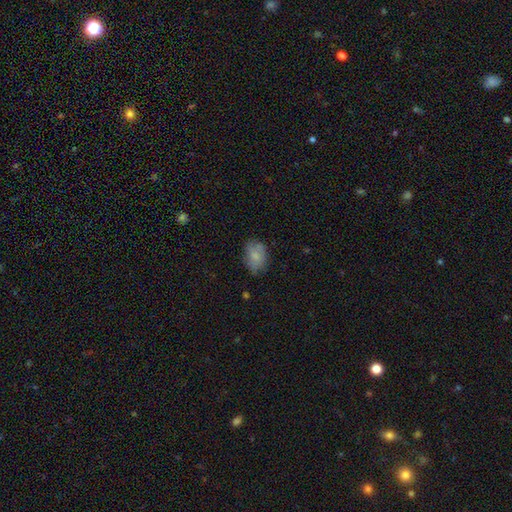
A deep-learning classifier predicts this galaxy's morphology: The model was most divided on "merging": none: 65%, minor disturbance: 25%, major disturbance: 8%, merger: 2%. More confident: how rounded — in between (78%); smooth or featured — smooth (73%).